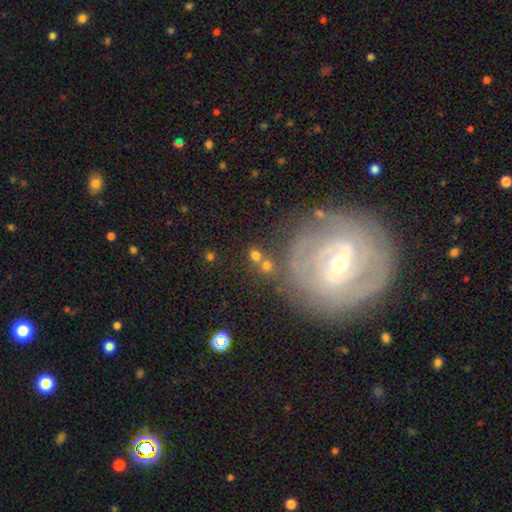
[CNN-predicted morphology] smooth 65%, star or artifact 20%, featured or disk 15%. Down the decision tree: how rounded — round (84%); merging — none (62%).